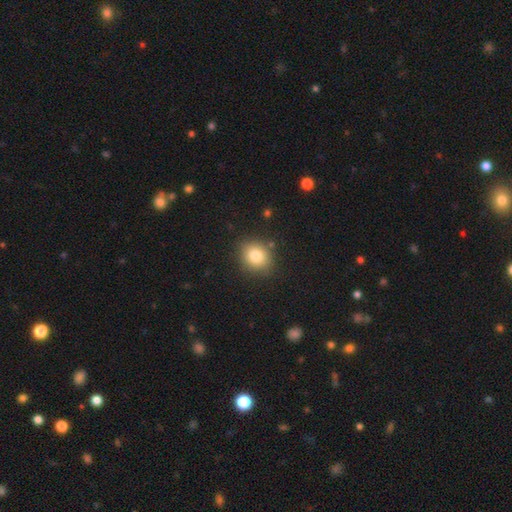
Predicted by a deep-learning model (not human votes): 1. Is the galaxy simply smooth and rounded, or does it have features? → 81% smooth, 11% star or artifact, 8% featured or disk.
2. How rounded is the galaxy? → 71% round, 28% in between, 1% cigar-shaped.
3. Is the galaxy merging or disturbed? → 84% none, 11% minor disturbance, 3% major disturbance, 2% merger.